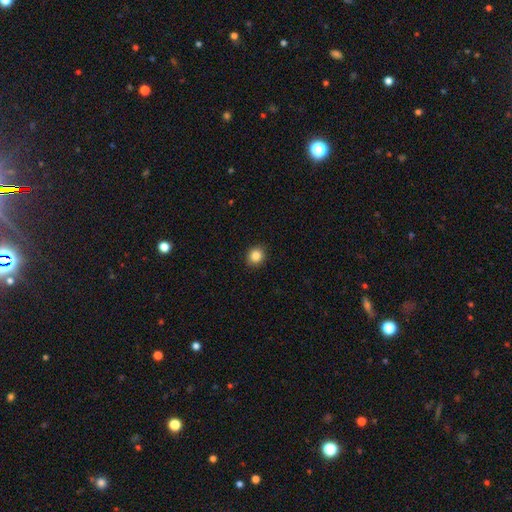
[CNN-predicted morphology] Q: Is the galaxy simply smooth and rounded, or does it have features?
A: smooth — 86%.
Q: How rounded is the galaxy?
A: round — 77%.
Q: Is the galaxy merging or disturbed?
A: none — 91%.